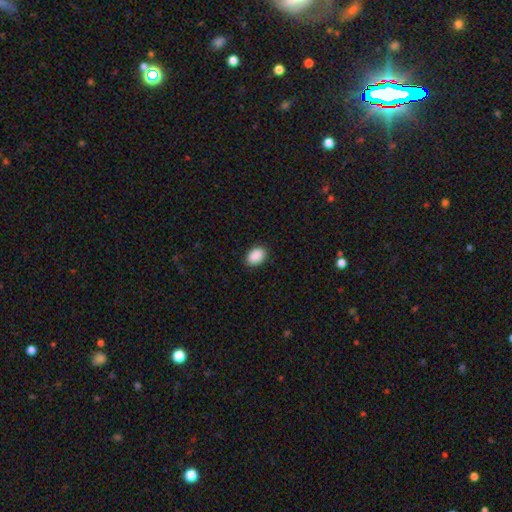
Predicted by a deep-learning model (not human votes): Overall: smooth (91%). How rounded: in between (84%). Merging: none (89%).